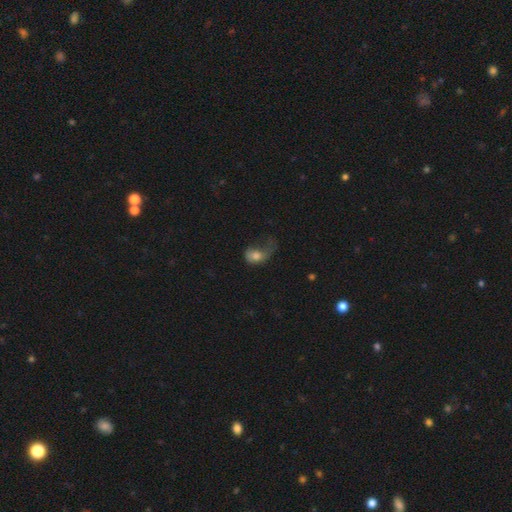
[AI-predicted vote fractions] smooth_or_featured: smooth (p=0.64) [alt: featured or disk p=0.26]
how_rounded: in between (p=0.70) [alt: round p=0.28]
merging: major disturbance (p=0.62) [alt: minor disturbance p=0.19]